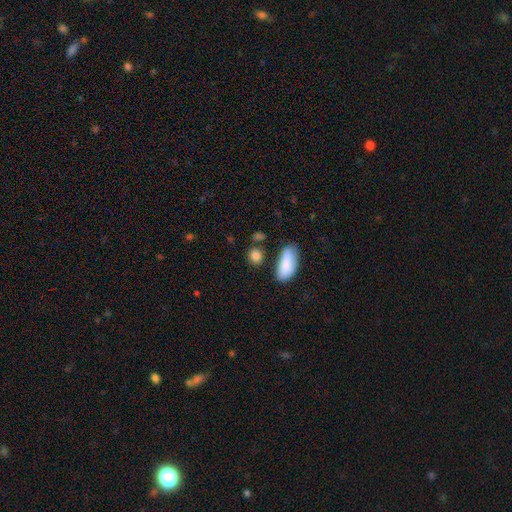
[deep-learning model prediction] Overall: smooth (86%). How rounded: in between (49%; round 45%). Merging: none (73%).